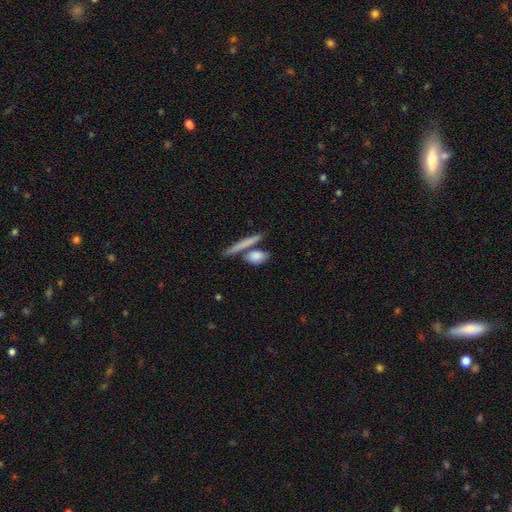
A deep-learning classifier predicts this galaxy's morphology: Smooth or featured? Predicted: smooth (p=0.79). How rounded? Predicted: in between (p=0.46). Merging? Predicted: none (p=0.62).